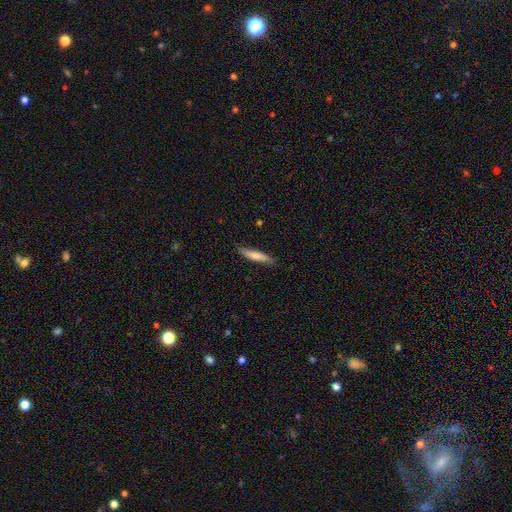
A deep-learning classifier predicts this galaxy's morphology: smooth 72%, featured or disk 22%, star or artifact 6%. Down the decision tree: how rounded — cigar-shaped (86%); merging — none (85%).